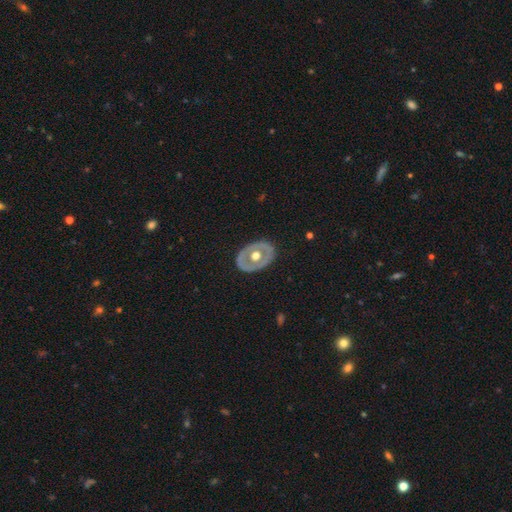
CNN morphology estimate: The model was most divided on "smooth or featured": featured or disk: 59%, smooth: 36%, star or artifact: 5%. More confident: spiral arms — no (92%); bar — no (92%); edge-on disk — no (90%); merging — none (82%); bulge size — moderate (73%).